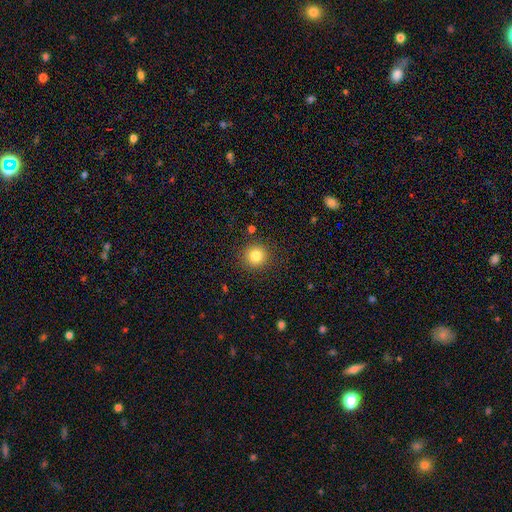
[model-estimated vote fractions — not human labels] Morphology: type=smooth (82%); roundness=round (92%); merging=none (90%).